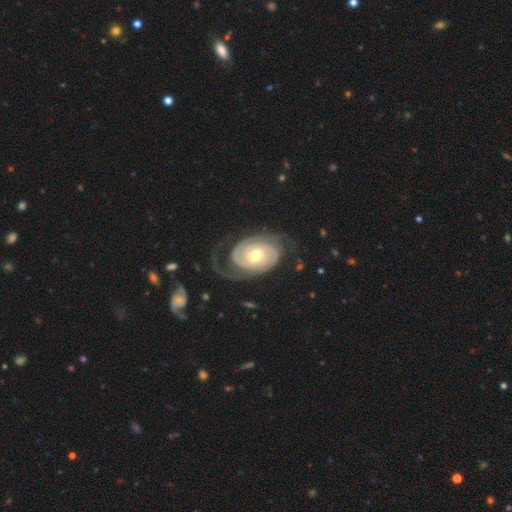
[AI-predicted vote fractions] Smooth or featured? Predicted: featured or disk (p=0.91). Edge-on disk? Predicted: no (p=0.97). Bar? Predicted: no (p=0.61). Spiral arms? Predicted: yes (p=0.98). Spiral winding? Predicted: tight (p=0.68). Spiral arm count? Predicted: 2 (p=0.75). Bulge size? Predicted: moderate (p=0.74). Merging? Predicted: none (p=0.68).